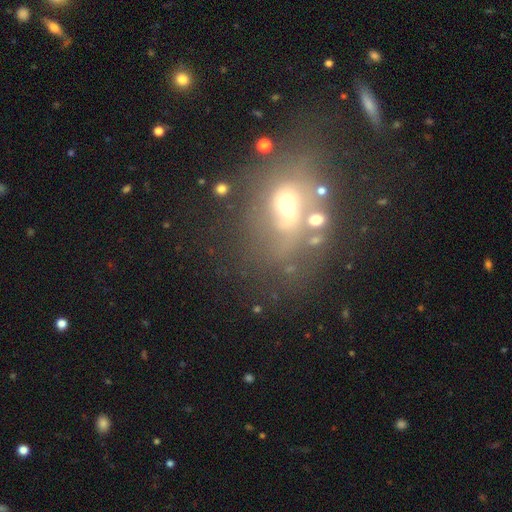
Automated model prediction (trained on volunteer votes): A smooth galaxy with no disk features (40%). Merging: none (57%).